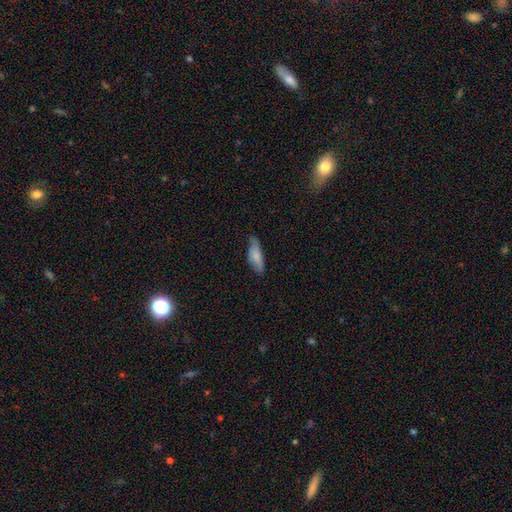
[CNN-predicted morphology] smooth-or-featured: smooth: 76% | featured or disk: 18% | star or artifact: 6%
  how-rounded: in between: 63% | cigar-shaped: 35% | round: 2%
  merging: none: 59% | minor disturbance: 33% | major disturbance: 7% | merger: 2%